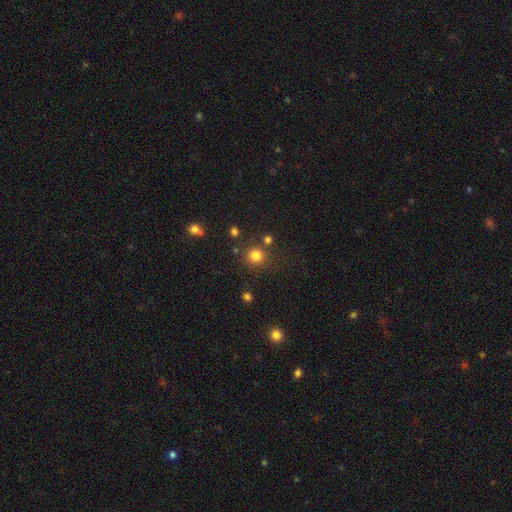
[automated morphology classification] A smooth galaxy with no disk features (81%) that is round (91%).

Vote fractions:
- Smooth or featured? smooth: 81% / star or artifact: 14% / featured or disk: 5%
- How rounded? round: 91% / in between: 8% / cigar-shaped: 1%
- Merging? none: 80% / minor disturbance: 8% / merger: 8% / major disturbance: 4%